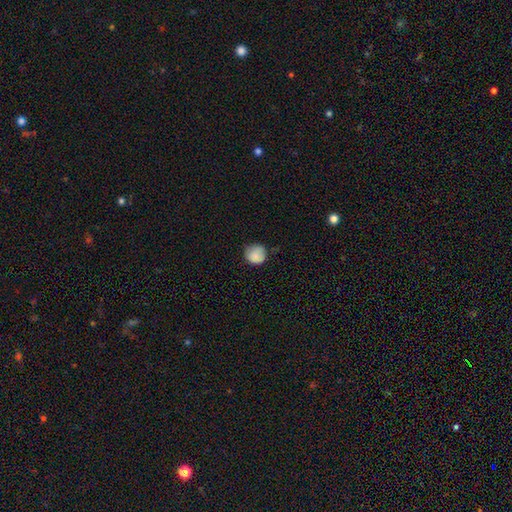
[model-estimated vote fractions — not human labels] This is clearly a smooth galaxy (85%). How rounded: clearly round (90%). Merging: likely none (66%).